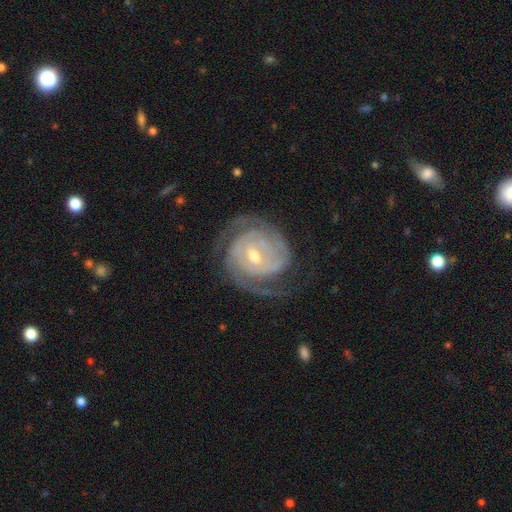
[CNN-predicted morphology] Overall: featured or disk (91%). Edge-on disk: no (97%). Bar: weak (46%; no 34%). Spiral arms: yes (98%). Spiral arm count: 2 (60%). Spiral winding: tight (72%). Bulge size: moderate (57%; small 39%). Merging: none (75%).